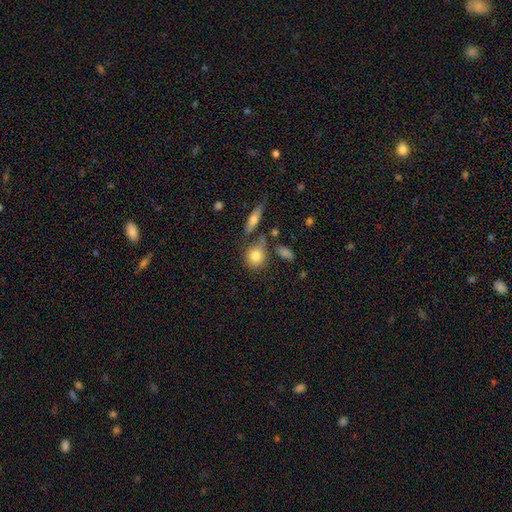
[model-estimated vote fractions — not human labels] Smooth or featured: smooth — 80% (featured or disk — 11%)
How rounded: round — 69% (in between — 28%)
Merging: none — 64% (minor disturbance — 16%)